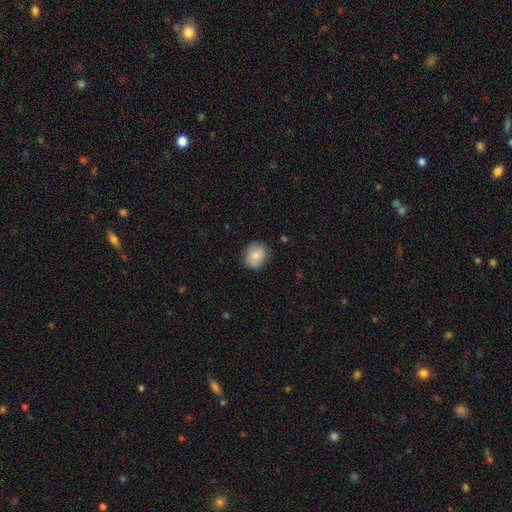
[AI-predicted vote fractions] smooth-or-featured: smooth: 75% | featured or disk: 18% | star or artifact: 7%
  how-rounded: round: 67% | in between: 32% | cigar-shaped: 1%
  merging: none: 82% | minor disturbance: 14% | major disturbance: 3% | merger: 1%